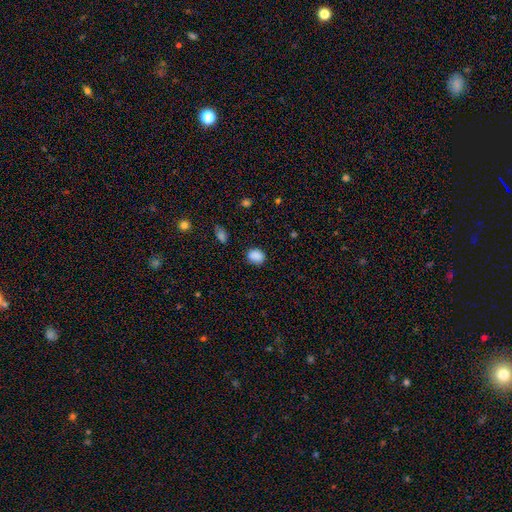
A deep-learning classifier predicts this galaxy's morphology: Smooth or featured: smooth — 87% (star or artifact — 9%)
How rounded: in between — 52% (round — 47%)
Merging: none — 82% (minor disturbance — 13%)